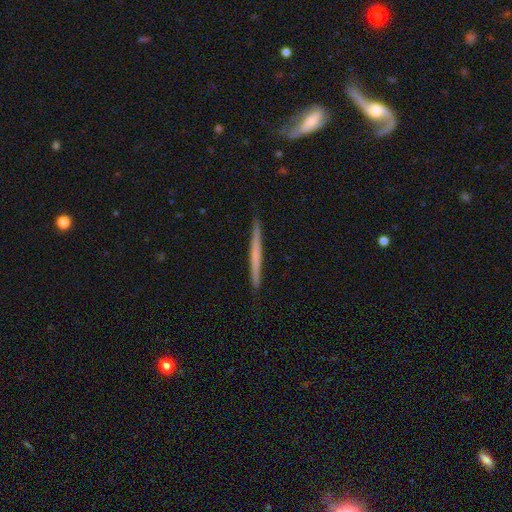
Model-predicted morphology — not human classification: A featured or disk galaxy (49%). Merging: none (92%).